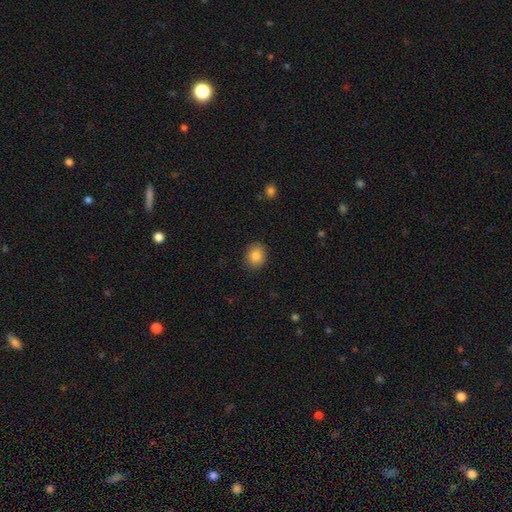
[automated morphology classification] Smooth or featured? Predicted: smooth (p=0.85). How rounded? Predicted: round (p=0.65). Merging? Predicted: none (p=0.88).